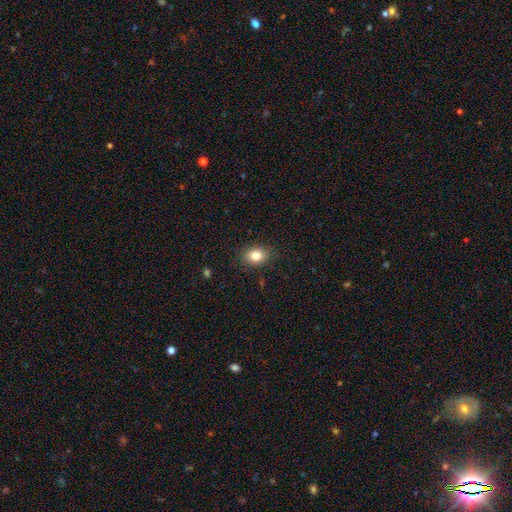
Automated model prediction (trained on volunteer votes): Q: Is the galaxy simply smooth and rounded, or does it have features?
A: smooth — 82%.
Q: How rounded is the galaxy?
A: in between — 59%.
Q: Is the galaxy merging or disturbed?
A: none — 88%.